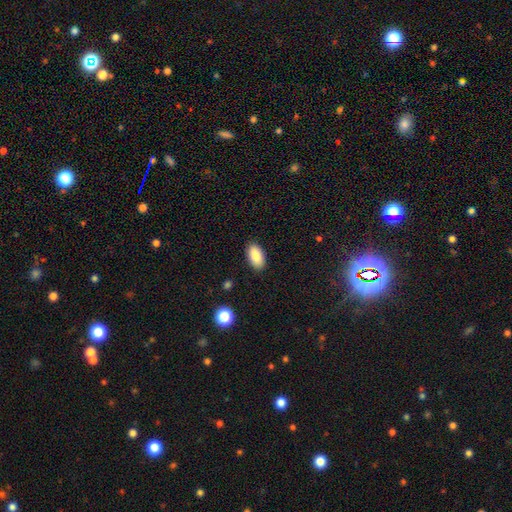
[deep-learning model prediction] smooth-or-featured: smooth: 87% | star or artifact: 7% | featured or disk: 6%
  how-rounded: in between: 94% | cigar-shaped: 3% | round: 3%
  merging: none: 89% | minor disturbance: 8% | major disturbance: 2% | merger: 1%